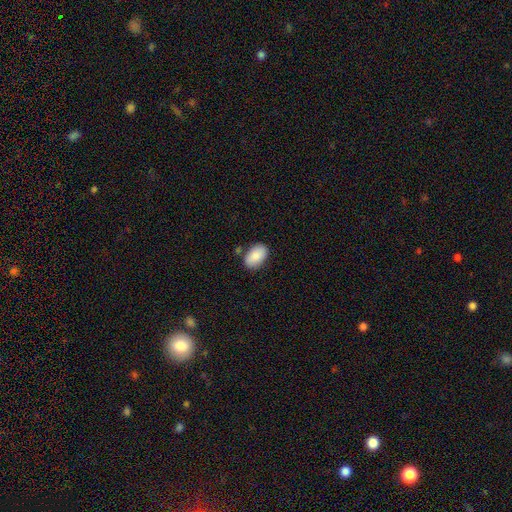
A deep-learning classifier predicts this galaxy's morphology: smooth-or-featured: smooth: 87% | featured or disk: 7% | star or artifact: 6%
  how-rounded: in between: 92% | round: 7% | cigar-shaped: 1%
  merging: none: 78% | minor disturbance: 13% | merger: 5% | major disturbance: 3%